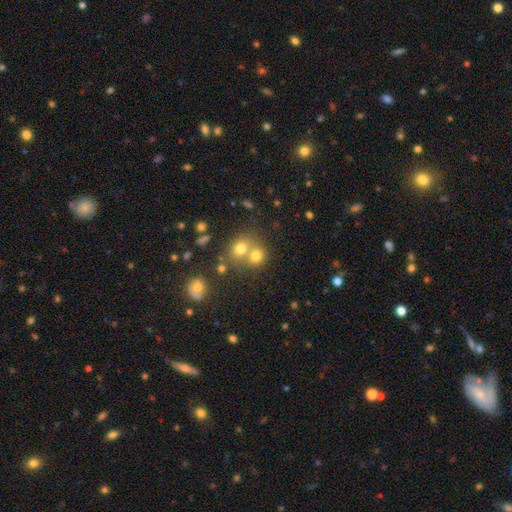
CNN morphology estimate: Smooth or featured? smooth (72%)
How rounded? round (76%)
Merging? merger (49%)